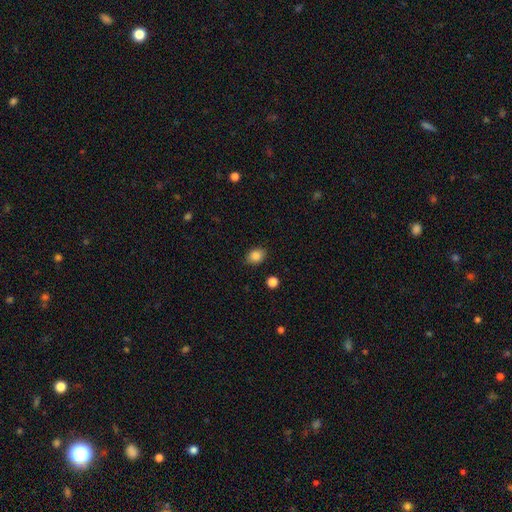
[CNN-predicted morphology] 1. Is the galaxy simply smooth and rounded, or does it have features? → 86% smooth, 10% star or artifact, 5% featured or disk.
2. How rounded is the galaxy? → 58% in between, 41% round, 1% cigar-shaped.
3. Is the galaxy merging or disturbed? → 84% none, 12% minor disturbance, 3% major disturbance, 2% merger.